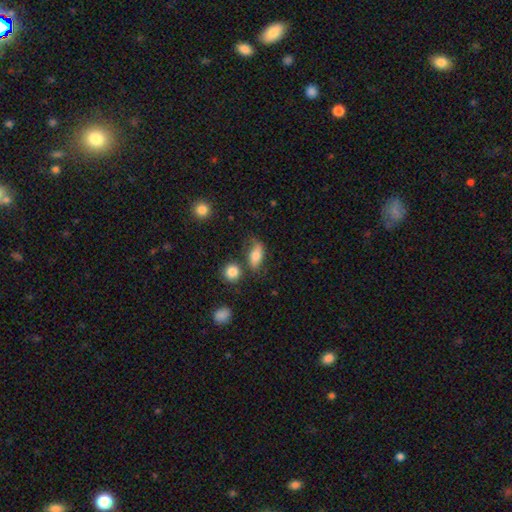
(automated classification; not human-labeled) Overall: smooth (72%). How rounded: in between (81%). Merging: none (56%; minor disturbance 24%).